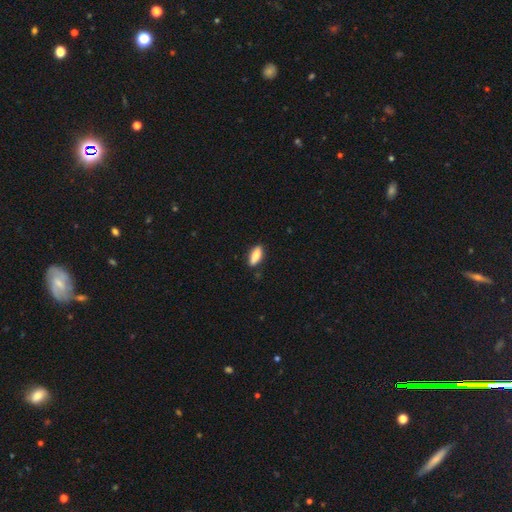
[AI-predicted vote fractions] Smooth or featured?
  - smooth: 85% *
  - featured or disk: 9%
  - star or artifact: 6%
How rounded?
  - in between: 71% *
  - cigar-shaped: 27%
  - round: 2%
Merging?
  - none: 84% *
  - minor disturbance: 12%
  - major disturbance: 2%
  - merger: 1%